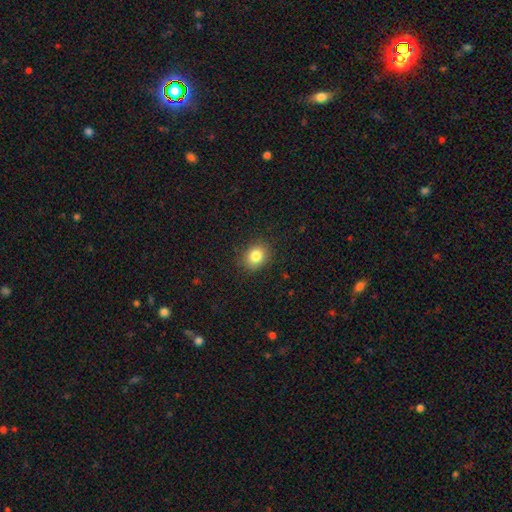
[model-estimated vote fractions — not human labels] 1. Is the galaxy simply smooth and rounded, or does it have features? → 83% smooth, 11% star or artifact, 7% featured or disk.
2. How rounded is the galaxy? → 57% round, 42% in between, 1% cigar-shaped.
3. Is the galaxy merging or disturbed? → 87% none, 10% minor disturbance, 3% major disturbance, 1% merger.